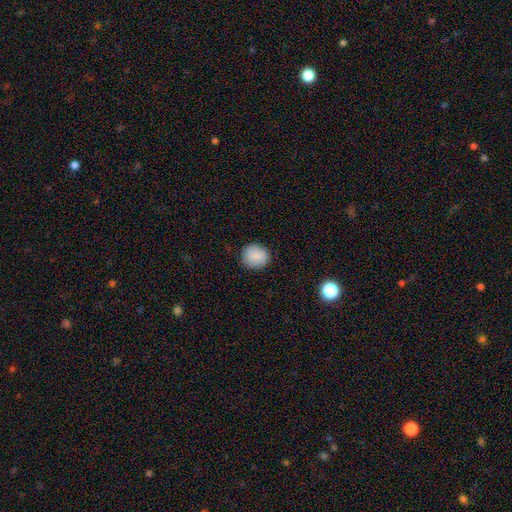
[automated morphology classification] smooth-or-featured: smooth: 88% | star or artifact: 8% | featured or disk: 4%
  how-rounded: round: 88% | in between: 11% | cigar-shaped: 1%
  merging: none: 88% | minor disturbance: 9% | major disturbance: 2% | merger: 1%